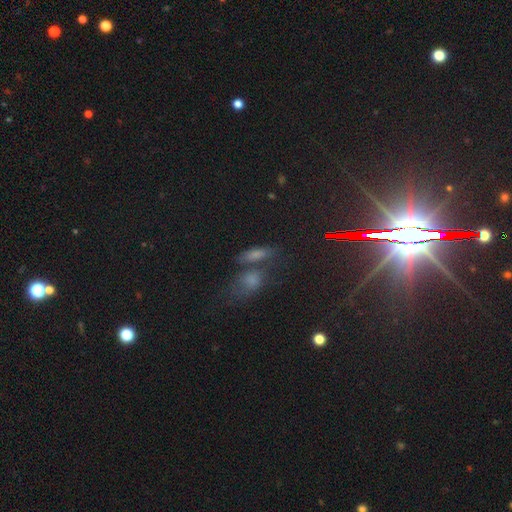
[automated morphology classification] A smooth galaxy with no disk features (61%) that is in between round and cigar-shaped (59%). Merging: none (47%).